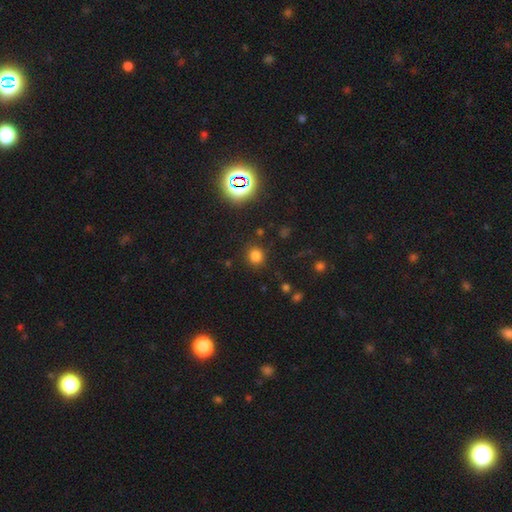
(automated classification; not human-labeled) Smooth or featured?
  - smooth: 76% *
  - star or artifact: 19%
  - featured or disk: 5%
How rounded?
  - round: 87% *
  - in between: 12%
  - cigar-shaped: 1%
Merging?
  - none: 86% *
  - minor disturbance: 8%
  - major disturbance: 3%
  - merger: 2%